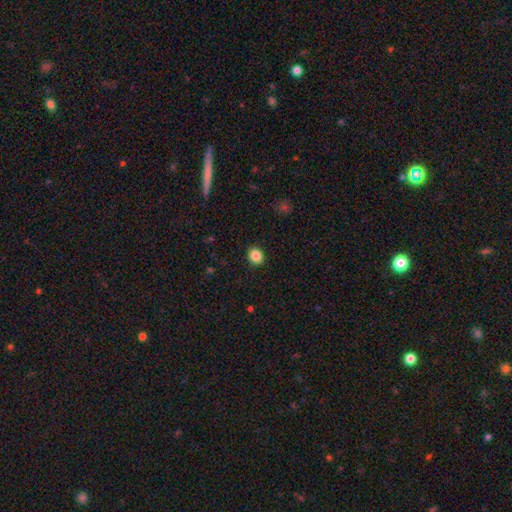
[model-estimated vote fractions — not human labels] Morphology: type=smooth (86%); roundness=round (61%); merging=none (90%).